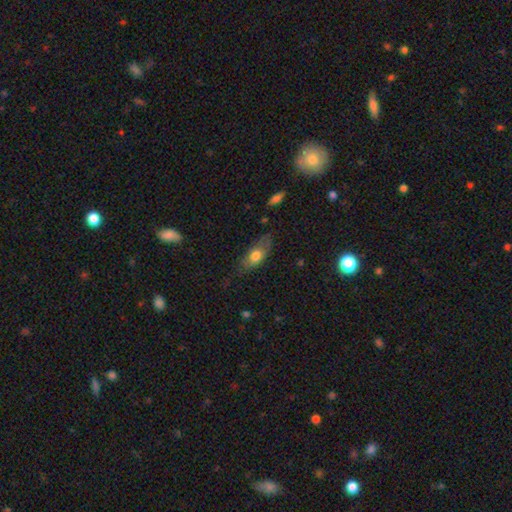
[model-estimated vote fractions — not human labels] smooth_or_featured: smooth (p=0.66) [alt: featured or disk p=0.27]
how_rounded: in between (p=0.78) [alt: cigar-shaped p=0.17]
merging: none (p=0.56) [alt: minor disturbance p=0.29]